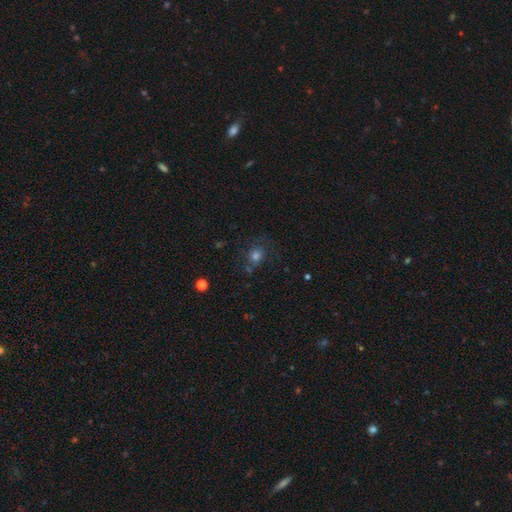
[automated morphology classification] Q: Smooth or featured?
A: smooth (64%); runner-up: star or artifact (22%)
Q: How rounded?
A: round (74%); runner-up: in between (25%)
Q: Merging?
A: none (66%); runner-up: minor disturbance (17%)